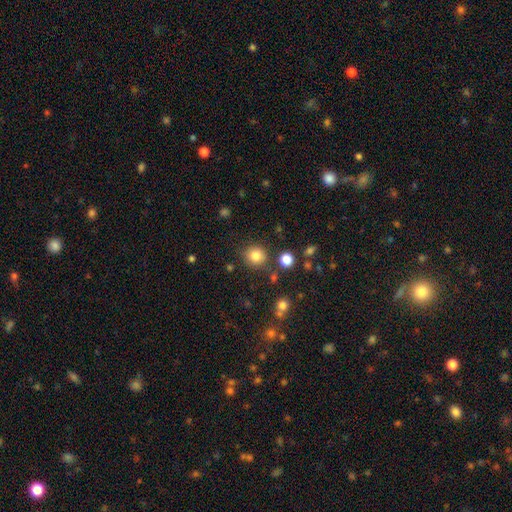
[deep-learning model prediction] Smooth or featured?
  - smooth: 82% *
  - star or artifact: 12%
  - featured or disk: 6%
How rounded?
  - round: 88% *
  - in between: 11%
  - cigar-shaped: 1%
Merging?
  - none: 82% *
  - minor disturbance: 9%
  - merger: 5%
  - major disturbance: 3%